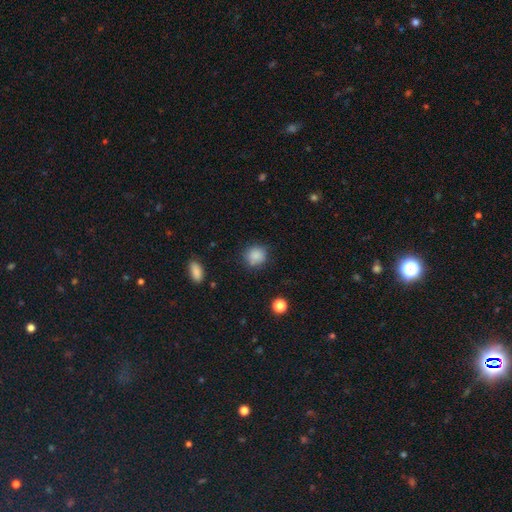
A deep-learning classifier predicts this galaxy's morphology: Overall: smooth (85%). How rounded: round (86%). Merging: none (78%).